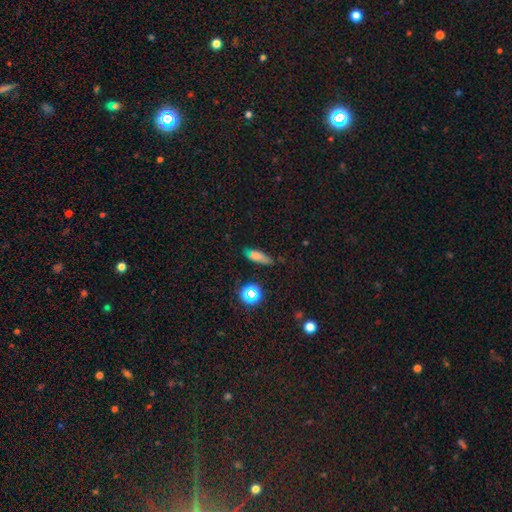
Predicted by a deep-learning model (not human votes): A smooth galaxy with no disk features (69%) that is in between round and cigar-shaped (48%).

Vote fractions:
- Smooth or featured? smooth: 69% / star or artifact: 17% / featured or disk: 14%
- How rounded? in between: 48% / cigar-shaped: 46% / round: 5%
- Merging? none: 66% / minor disturbance: 24% / major disturbance: 7% / merger: 4%